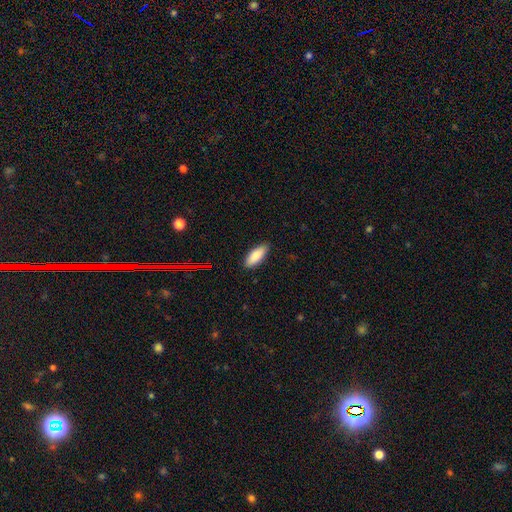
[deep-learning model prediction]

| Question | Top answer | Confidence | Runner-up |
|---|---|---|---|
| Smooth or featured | smooth | 87% | star or artifact (7%) |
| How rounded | in between | 76% | cigar-shaped (23%) |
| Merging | none | 86% | minor disturbance (11%) |